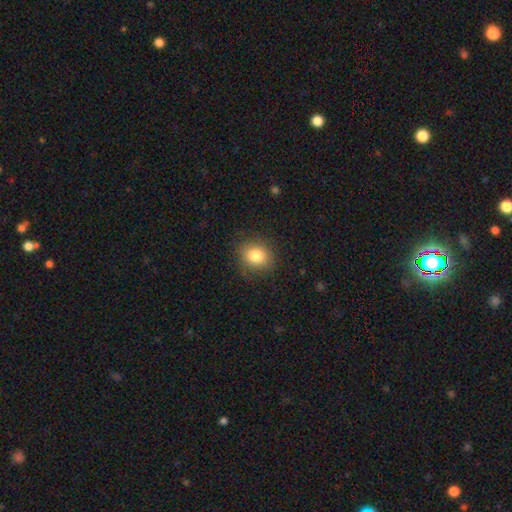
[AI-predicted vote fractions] The model was most divided on "how rounded": round: 69%, in between: 30%, cigar-shaped: 1%. More confident: merging — none (85%); smooth or featured — smooth (82%).